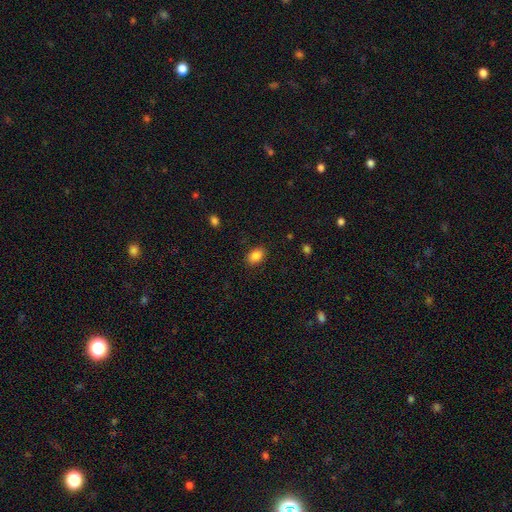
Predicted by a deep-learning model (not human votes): Morphology: type=smooth (87%); roundness=in between (84%); merging=none (88%).